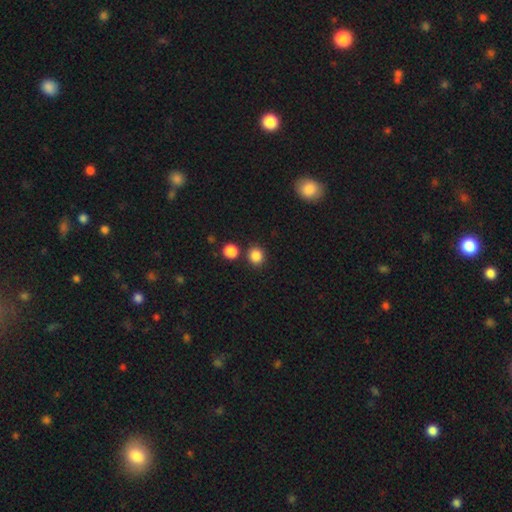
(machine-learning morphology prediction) Q: Smooth or featured?
A: smooth (86%); runner-up: star or artifact (11%)
Q: How rounded?
A: round (85%); runner-up: in between (14%)
Q: Merging?
A: none (81%); runner-up: merger (9%)